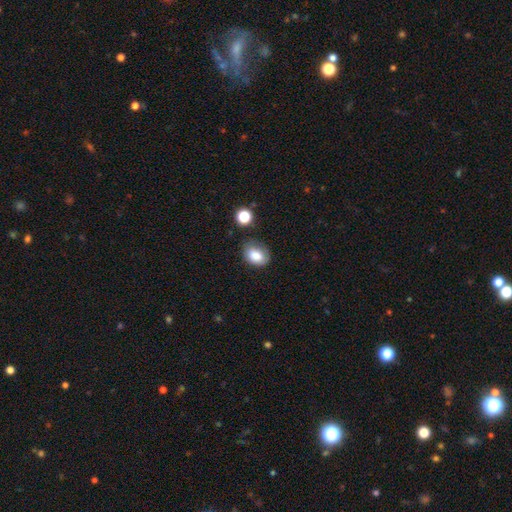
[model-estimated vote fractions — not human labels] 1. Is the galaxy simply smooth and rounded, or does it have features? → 82% smooth, 9% featured or disk, 9% star or artifact.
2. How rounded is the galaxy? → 70% in between, 29% round, 1% cigar-shaped.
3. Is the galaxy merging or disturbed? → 65% none, 24% minor disturbance, 7% major disturbance, 4% merger.